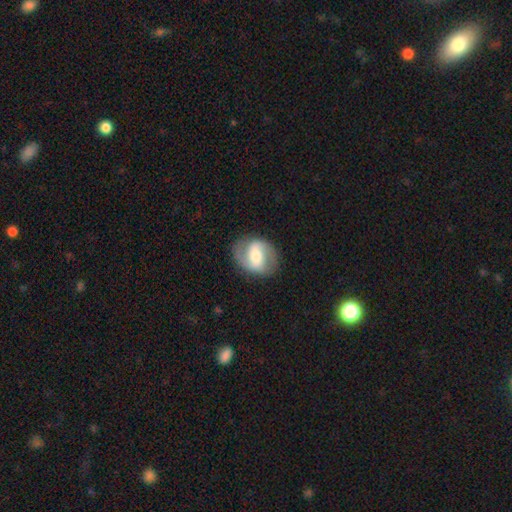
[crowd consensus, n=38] Q: Smooth or featured?
A: featured or disk (63%); runner-up: smooth (32%)
Q: Edge-on disk?
A: no (100%)
Q: Bar?
A: strong (58%); runner-up: weak (38%)
Q: Spiral arms?
A: yes (79%); runner-up: no (21%)
Q: Spiral winding?
A: tight (42%); tied with: medium (42%)
Q: Spiral arm count?
A: 2 (84%); runner-up: 1 (11%)
Q: Bulge size?
A: moderate (58%); runner-up: large (17%)
Q: Merging?
A: none (75%); runner-up: minor disturbance (17%)